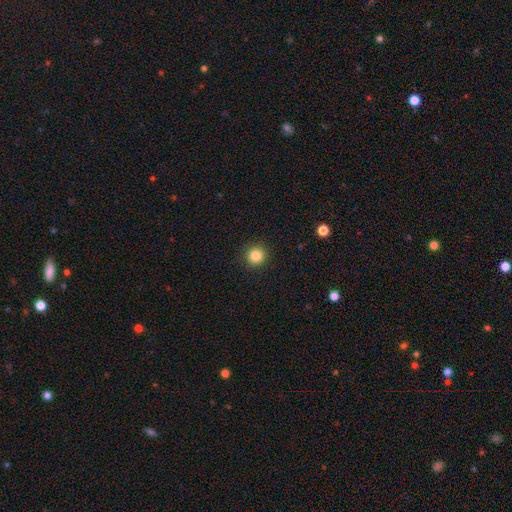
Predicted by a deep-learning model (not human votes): smooth-or-featured: smooth: 85% | star or artifact: 11% | featured or disk: 4%
  how-rounded: round: 94% | in between: 5% | cigar-shaped: 1%
  merging: none: 92% | minor disturbance: 5% | major disturbance: 2% | merger: 1%